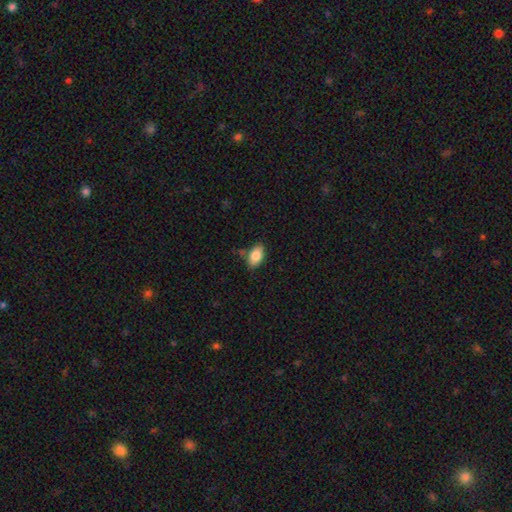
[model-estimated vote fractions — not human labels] smooth_or_featured: smooth (p=0.83) [alt: featured or disk p=0.09]
how_rounded: in between (p=0.91) [alt: round p=0.07]
merging: none (p=0.75) [alt: minor disturbance p=0.18]